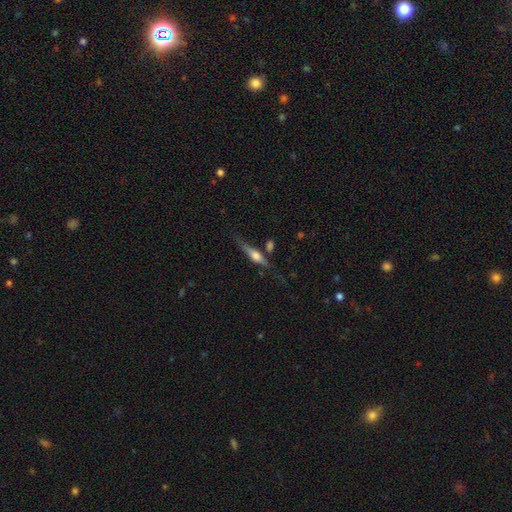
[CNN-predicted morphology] smooth-or-featured: featured or disk: 57% | smooth: 36% | star or artifact: 7%
  disk-edge-on: yes: 92% | no: 8%
    edge-on-bulge: rounded: 86% | boxy: 10% | none: 4%
  merging: none: 62% | minor disturbance: 21% | merger: 9% | major disturbance: 8%